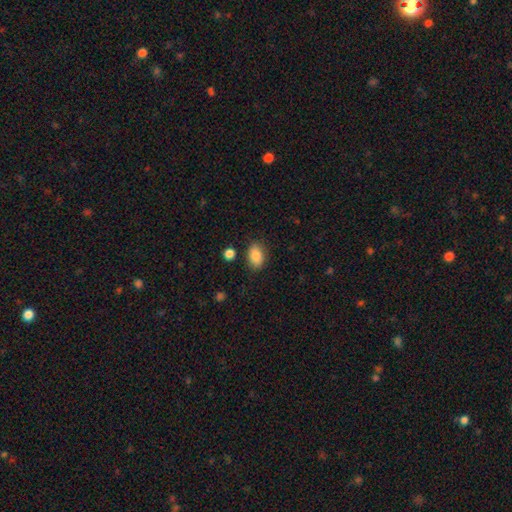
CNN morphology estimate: Smooth or featured: smooth — 86% (star or artifact — 8%)
How rounded: in between — 86% (round — 13%)
Merging: none — 82% (minor disturbance — 12%)